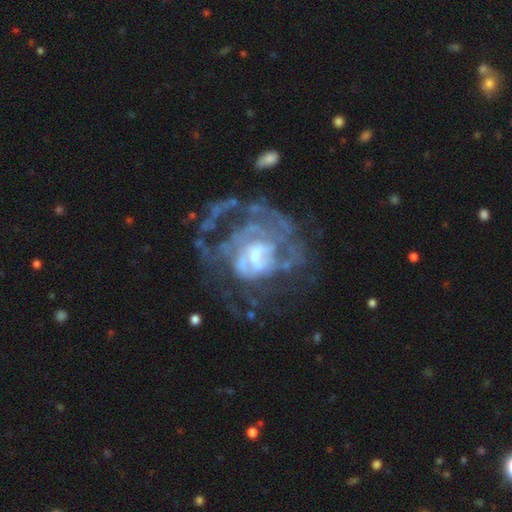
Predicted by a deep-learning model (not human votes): smooth-or-featured: featured or disk: 82% | smooth: 9% | star or artifact: 9%
  disk-edge-on: no: 98% | yes: 2%
    bar: no: 52% | weak: 38% | strong: 10%
    has-spiral-arms: yes: 67% | no: 33%
      spiral-winding: tight: 44% | medium: 34% | loose: 22%
      spiral-arm-count: can't tell: 53% | 2: 17% | 3: 10% | 1: 9% | 4: 7% | more than 4: 5%
    bulge-size: moderate: 42% (tied) | small: 42% (tied) | none: 8% | large: 7% | dominant: 1%
  merging: major disturbance: 43% | none: 35% | minor disturbance: 16% | merger: 6%